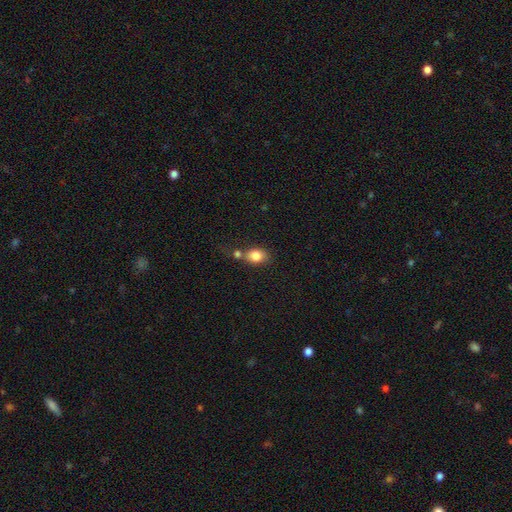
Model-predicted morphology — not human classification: A smooth galaxy with no disk features (83%) that is in between round and cigar-shaped (55%).

Vote fractions:
- Smooth or featured? smooth: 83% / star or artifact: 9% / featured or disk: 8%
- How rounded? in between: 55% / round: 44% / cigar-shaped: 1%
- Merging? none: 49% / merger: 32% / minor disturbance: 13% / major disturbance: 5%